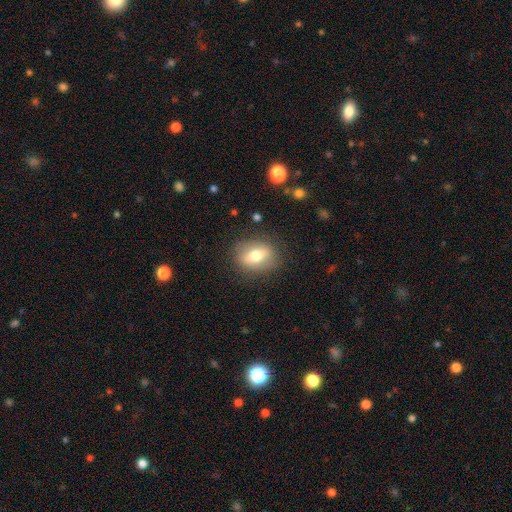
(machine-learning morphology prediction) Overall: smooth (63%; featured or disk 29%). How rounded: in between (61%; round 35%). Merging: none (83%).